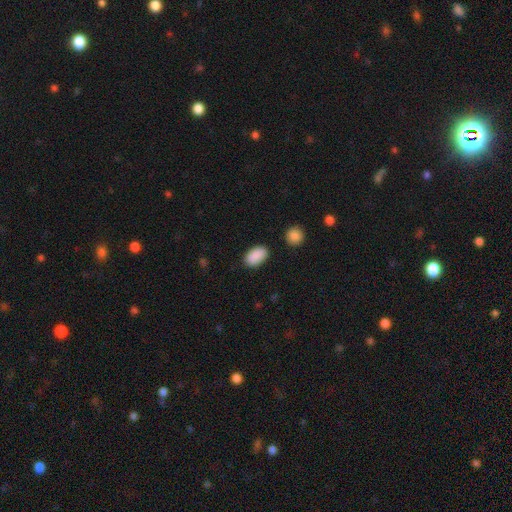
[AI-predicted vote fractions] Smooth or featured? smooth (90%)
How rounded? in between (92%)
Merging? none (85%)